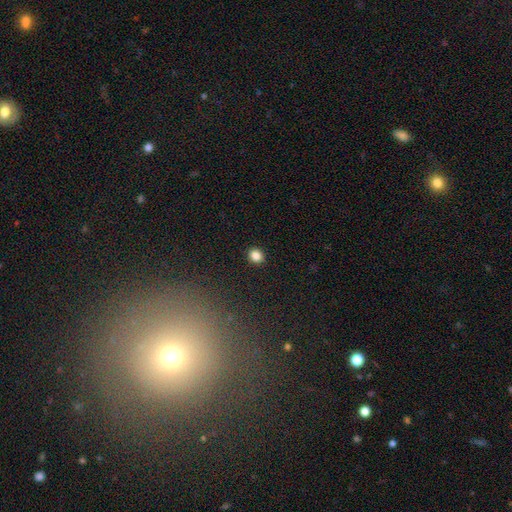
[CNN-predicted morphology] A smooth galaxy with no disk features (84%) that is round (72%).

Vote fractions:
- Smooth or featured? smooth: 84% / star or artifact: 11% / featured or disk: 5%
- How rounded? round: 72% / in between: 27% / cigar-shaped: 1%
- Merging? none: 91% / minor disturbance: 6% / major disturbance: 2% / merger: 1%